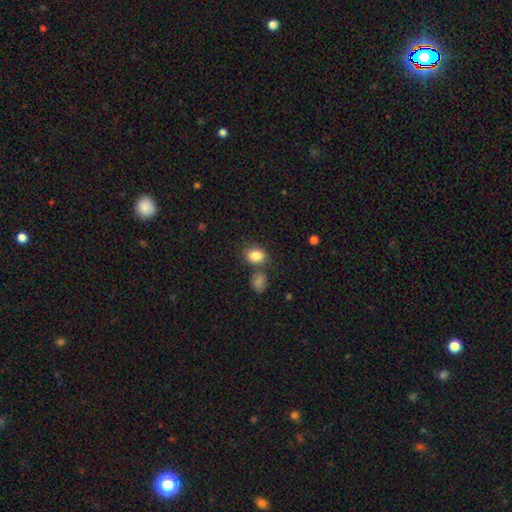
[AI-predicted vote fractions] This appears to be a smooth galaxy with no disk features (85%) that is in between round and cigar-shaped (59%). Merging: none (64%).